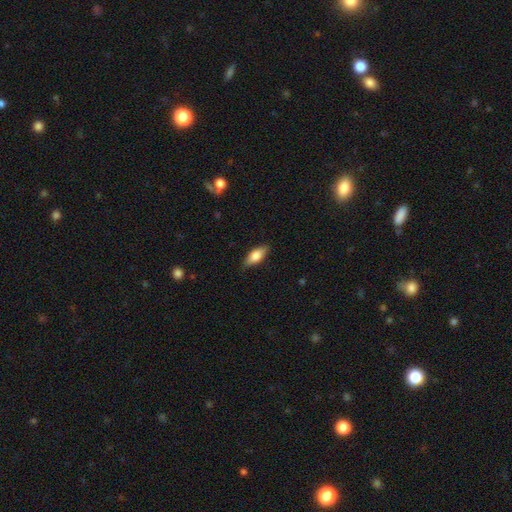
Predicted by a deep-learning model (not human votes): The model was most divided on "smooth or featured": smooth: 74%, featured or disk: 20%, star or artifact: 6%. More confident: merging — none (83%); how rounded — in between (78%).